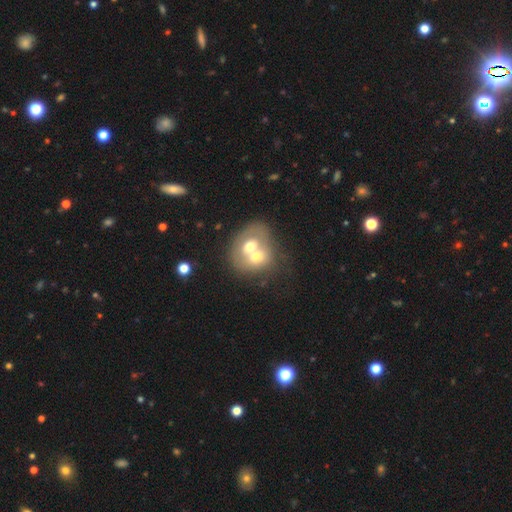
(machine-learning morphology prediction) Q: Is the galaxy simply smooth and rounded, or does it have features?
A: smooth — 52%.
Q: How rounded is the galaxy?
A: round — 57%.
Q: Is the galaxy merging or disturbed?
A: merger — 72%.